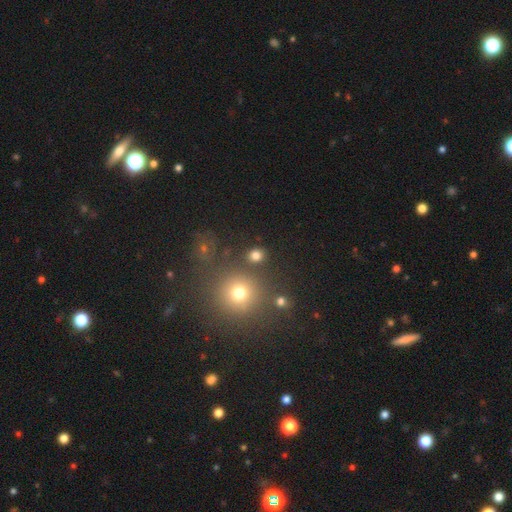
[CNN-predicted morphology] type=smooth (78%); roundness=round (75%); merging=none (83%).